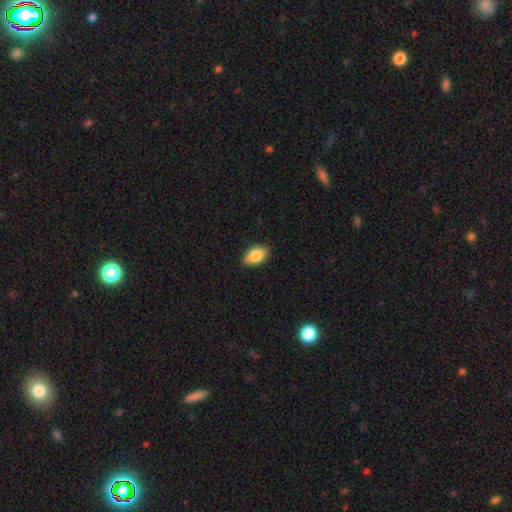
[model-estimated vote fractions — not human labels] Overall: smooth (84%). How rounded: in between (91%). Merging: none (80%).